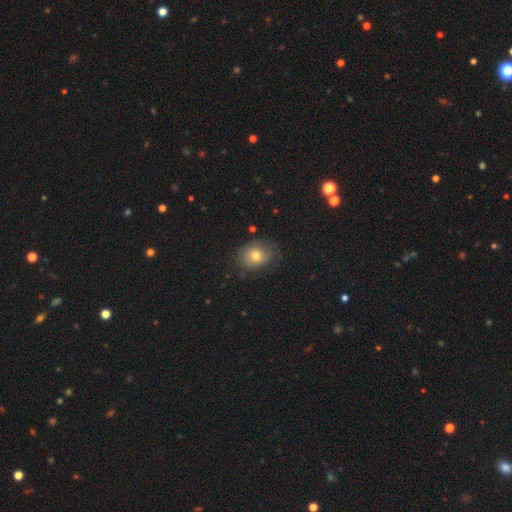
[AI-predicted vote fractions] This appears to be a smooth galaxy with no disk features (69%) that is in between round and cigar-shaped (52%). Merging: none (66%).